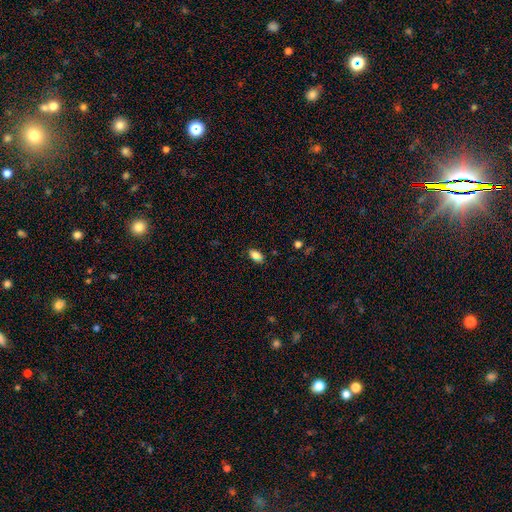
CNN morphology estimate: smooth_or_featured: smooth (p=0.83) [alt: star or artifact p=0.10]
how_rounded: in between (p=0.89) [alt: round p=0.07]
merging: none (p=0.83) [alt: minor disturbance p=0.12]